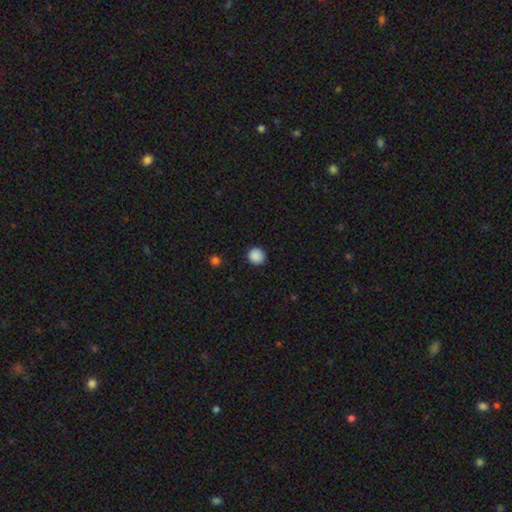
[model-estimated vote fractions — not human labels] smooth-or-featured: smooth: 88% | star or artifact: 9% | featured or disk: 2%
  how-rounded: round: 89% | in between: 10% | cigar-shaped: 1%
  merging: none: 91% | minor disturbance: 6% | major disturbance: 2% | merger: 1%